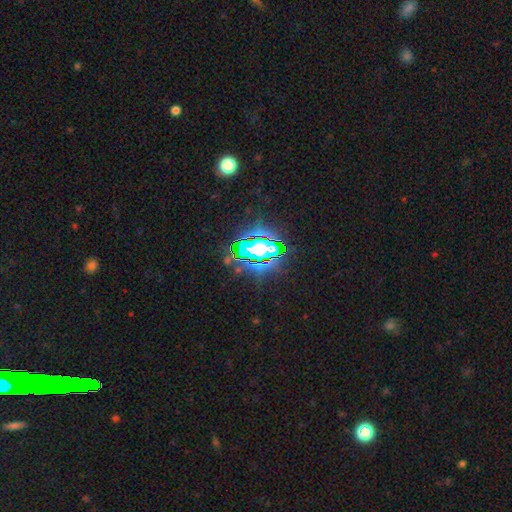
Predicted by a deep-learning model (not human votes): Morphology: type=star or artifact (80%).